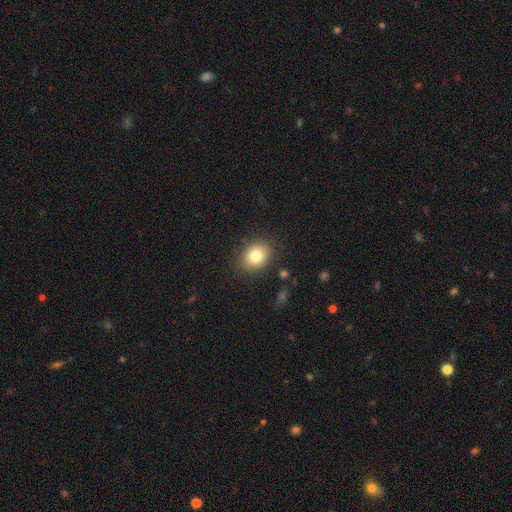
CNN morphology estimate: smooth 81%, star or artifact 10%, featured or disk 10%. Down the decision tree: how rounded — in between (52%); merging — none (86%).